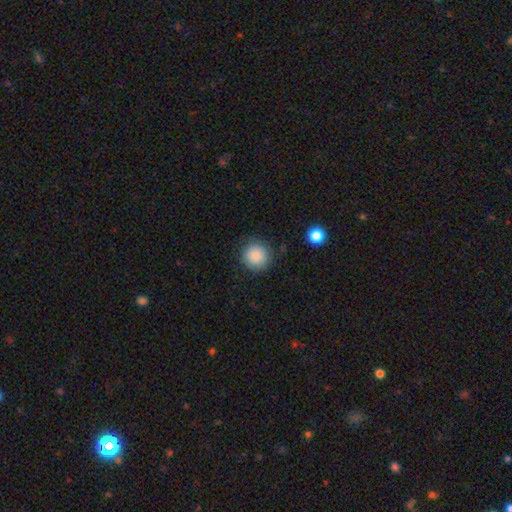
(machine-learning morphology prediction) smooth 87%, star or artifact 9%, featured or disk 4%. Down the decision tree: how rounded — round (94%); merging — none (87%).